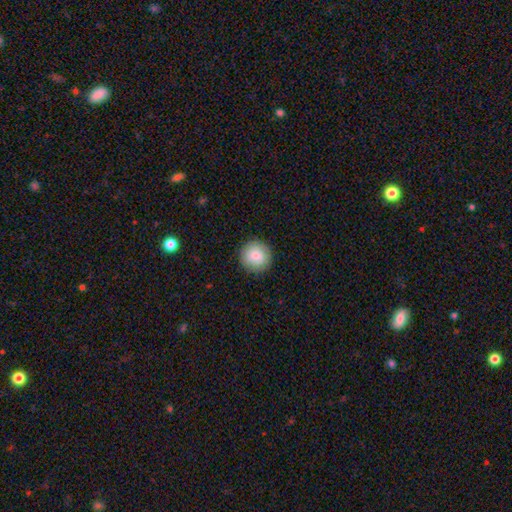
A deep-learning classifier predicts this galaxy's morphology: Smooth or featured: smooth — 86% (featured or disk — 7%)
How rounded: round — 94% (in between — 5%)
Merging: none — 90% (minor disturbance — 7%)